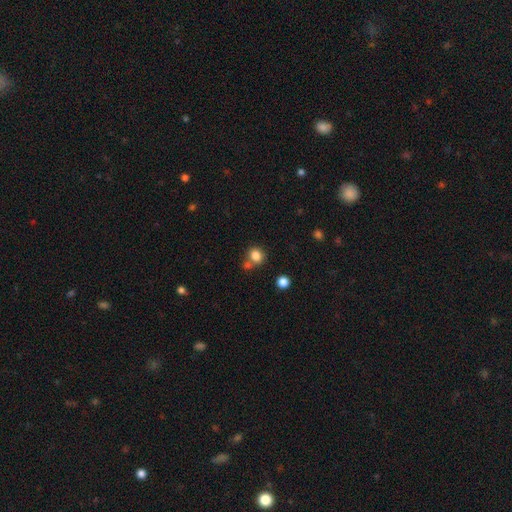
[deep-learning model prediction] Smooth or featured? Predicted: smooth (p=0.82). How rounded? Predicted: round (p=0.79). Merging? Predicted: none (p=0.62).